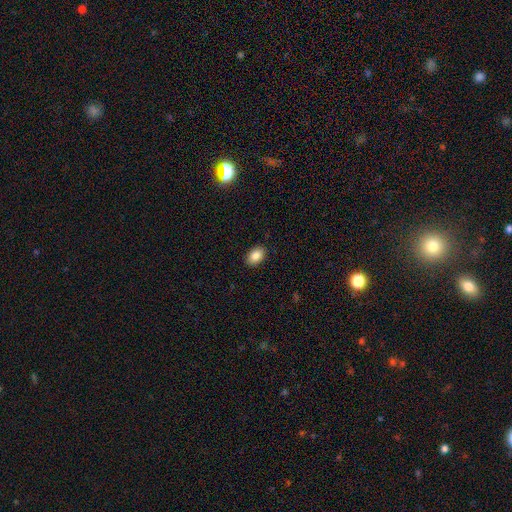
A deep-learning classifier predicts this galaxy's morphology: Smooth or featured? Predicted: smooth (p=0.87). How rounded? Predicted: in between (p=0.86). Merging? Predicted: none (p=0.89).